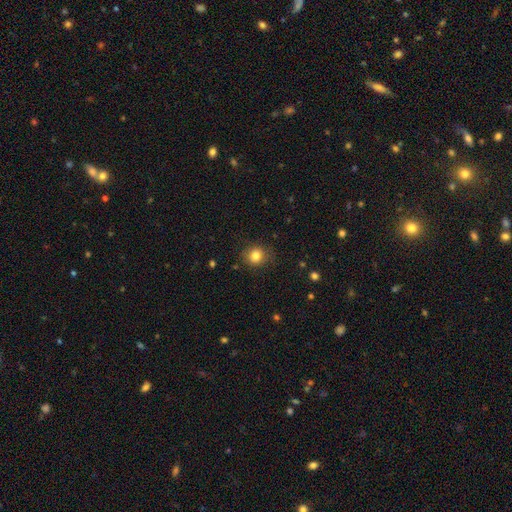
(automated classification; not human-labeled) This appears to be a smooth galaxy with no disk features (82%) that is round (81%). Merging: none (83%).